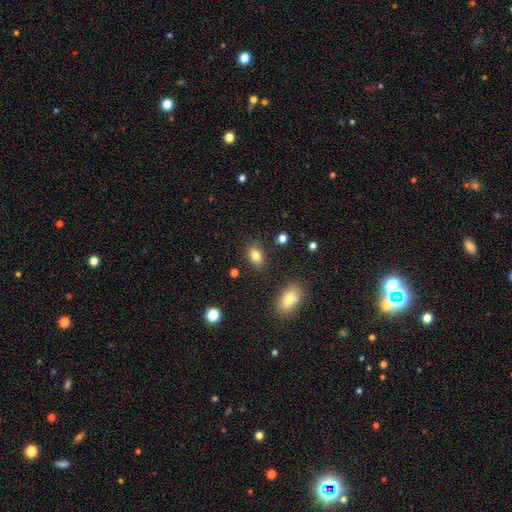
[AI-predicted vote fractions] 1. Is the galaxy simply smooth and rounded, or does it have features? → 82% smooth, 10% star or artifact, 8% featured or disk.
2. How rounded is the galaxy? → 83% in between, 15% round, 2% cigar-shaped.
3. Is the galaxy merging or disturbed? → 82% none, 12% minor disturbance, 3% merger, 3% major disturbance.